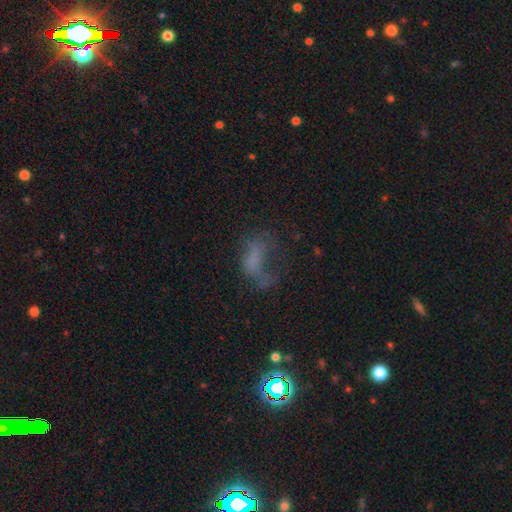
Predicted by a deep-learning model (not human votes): Morphology: type=smooth (42%); merging=major disturbance (42%).